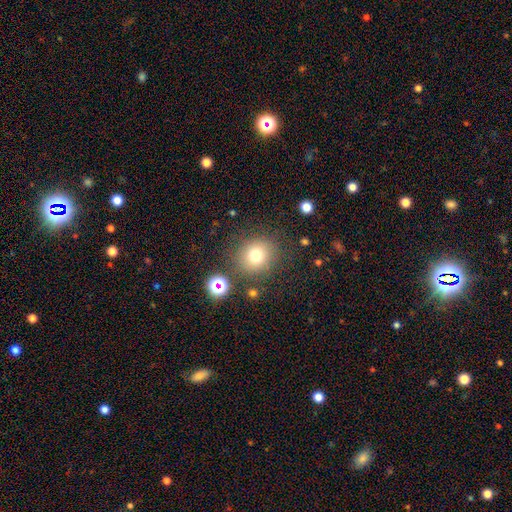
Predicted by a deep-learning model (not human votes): Smooth or featured: smooth — 74% (star or artifact — 16%)
How rounded: round — 85% (in between — 15%)
Merging: none — 81% (minor disturbance — 10%)